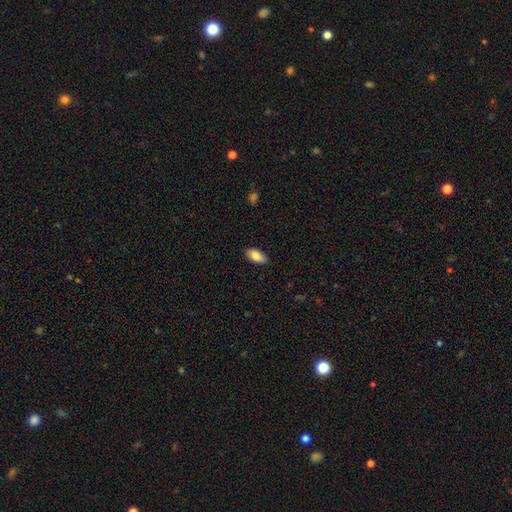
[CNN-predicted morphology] Smooth or featured: smooth — 85% (featured or disk — 9%)
How rounded: in between — 92% (cigar-shaped — 6%)
Merging: none — 87% (minor disturbance — 10%)